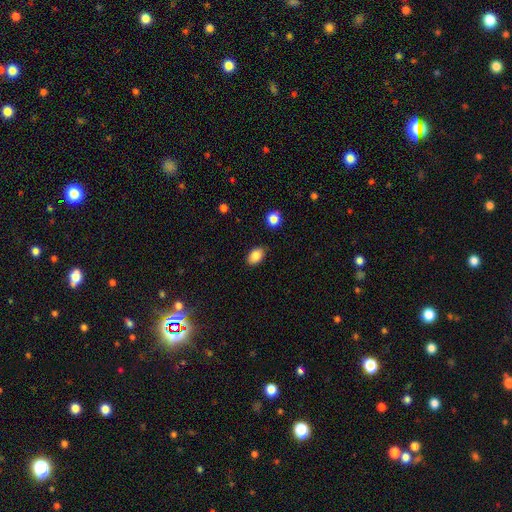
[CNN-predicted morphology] Smooth or featured? Predicted: smooth (p=0.84). How rounded? Predicted: in between (p=0.86). Merging? Predicted: none (p=0.85).